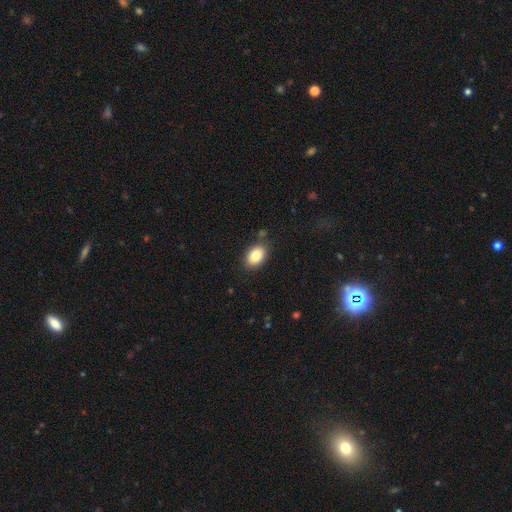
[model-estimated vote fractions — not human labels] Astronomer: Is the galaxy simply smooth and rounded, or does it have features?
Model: smooth — 82%.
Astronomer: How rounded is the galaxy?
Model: in between — 81%.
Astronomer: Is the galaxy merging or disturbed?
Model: none — 81%.